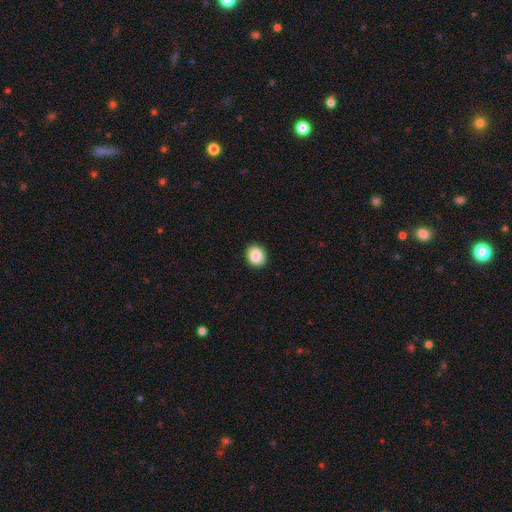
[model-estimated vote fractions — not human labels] A smooth galaxy with no disk features (86%) that is round (59%). Merging: none (91%).